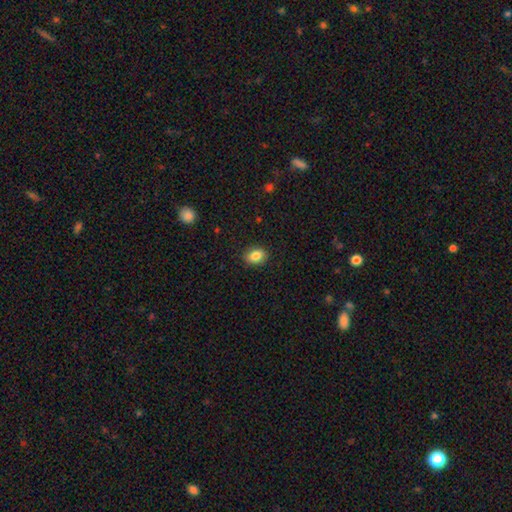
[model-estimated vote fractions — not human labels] Overall: smooth (85%). How rounded: in between (68%; round 31%). Merging: none (89%).